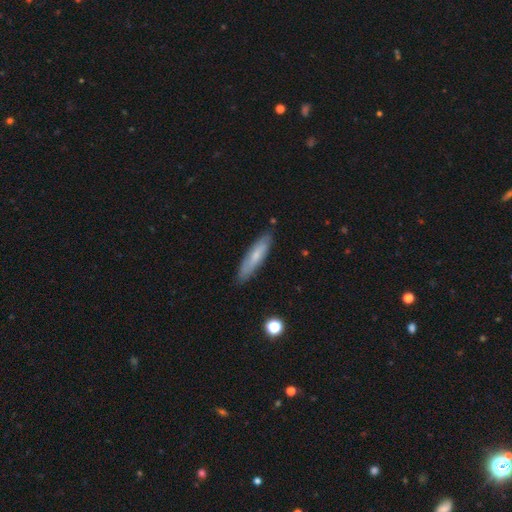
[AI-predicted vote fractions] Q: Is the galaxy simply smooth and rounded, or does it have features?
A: smooth — 62%.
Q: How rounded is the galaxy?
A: cigar-shaped — 79%.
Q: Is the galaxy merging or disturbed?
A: none — 85%.